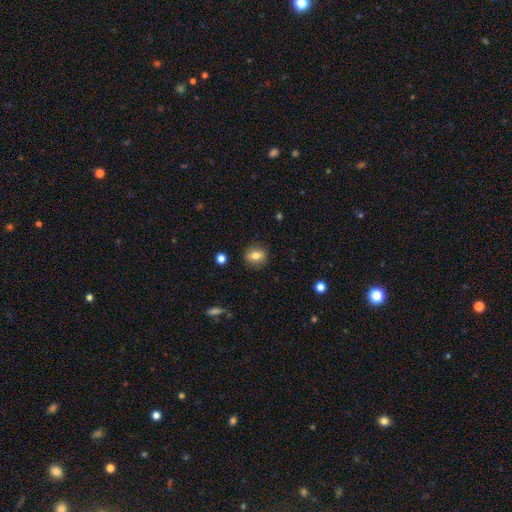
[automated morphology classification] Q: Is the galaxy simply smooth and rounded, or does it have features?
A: smooth — 76%.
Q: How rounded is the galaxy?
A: round — 51%.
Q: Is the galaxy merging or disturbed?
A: none — 86%.